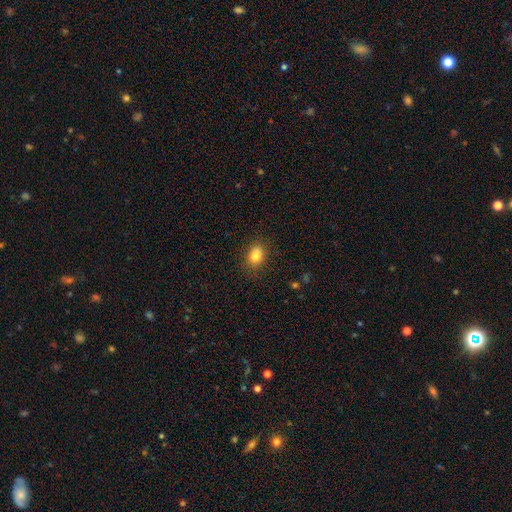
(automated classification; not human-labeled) smooth-or-featured: smooth: 83% | star or artifact: 10% | featured or disk: 7%
  how-rounded: in between: 73% | round: 25% | cigar-shaped: 1%
  merging: none: 83% | minor disturbance: 12% | major disturbance: 3% | merger: 1%